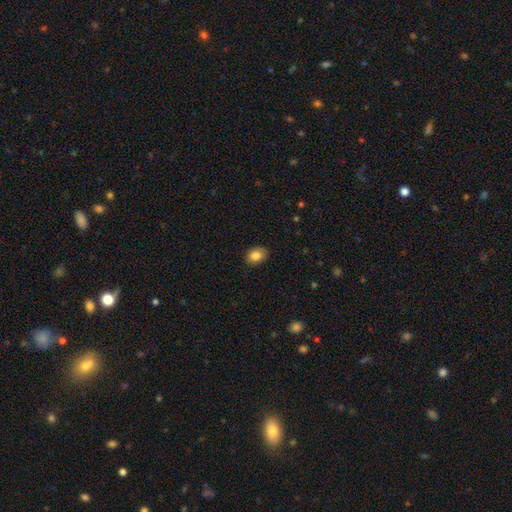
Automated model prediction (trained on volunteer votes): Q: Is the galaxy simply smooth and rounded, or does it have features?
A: smooth — 84%.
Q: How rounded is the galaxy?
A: in between — 70%.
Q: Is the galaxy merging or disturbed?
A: none — 84%.